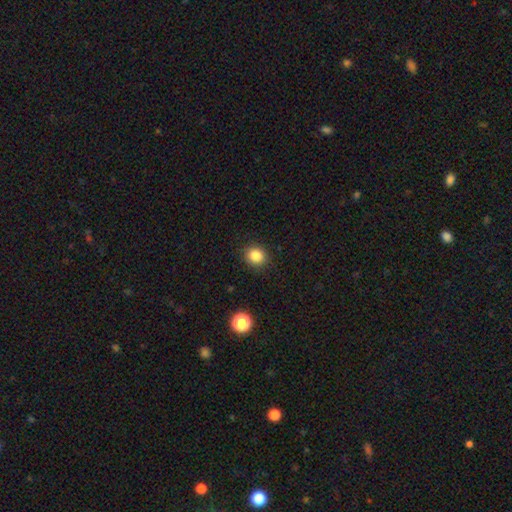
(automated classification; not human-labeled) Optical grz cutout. It shows a smooth galaxy with no disk features (84%) that is round (83%). Merging: none (89%).